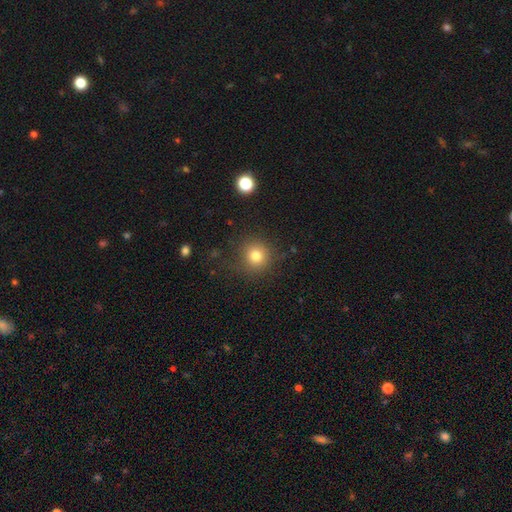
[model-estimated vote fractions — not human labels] Smooth or featured? smooth (79%)
How rounded? round (92%)
Merging? none (84%)